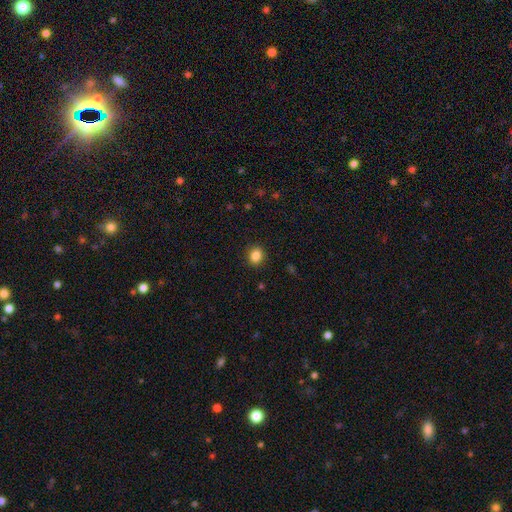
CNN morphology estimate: Smooth or featured?
  - smooth: 86% *
  - star or artifact: 10%
  - featured or disk: 4%
How rounded?
  - round: 69% *
  - in between: 30%
  - cigar-shaped: 1%
Merging?
  - none: 91% *
  - minor disturbance: 6%
  - major disturbance: 2%
  - merger: 1%